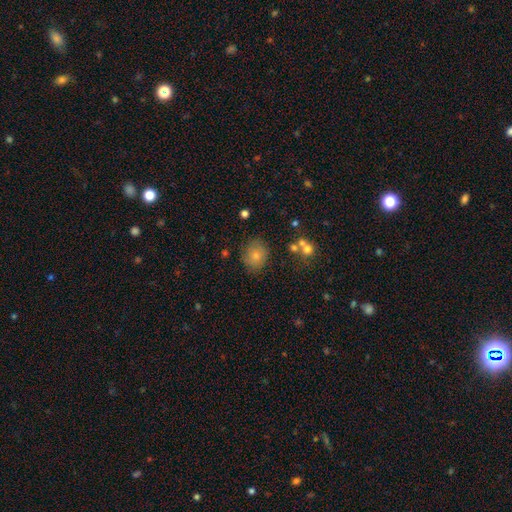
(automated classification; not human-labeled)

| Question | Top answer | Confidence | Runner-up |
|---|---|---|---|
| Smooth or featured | smooth | 76% | featured or disk (13%) |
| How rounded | round | 68% | in between (31%) |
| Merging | none | 78% | minor disturbance (14%) |